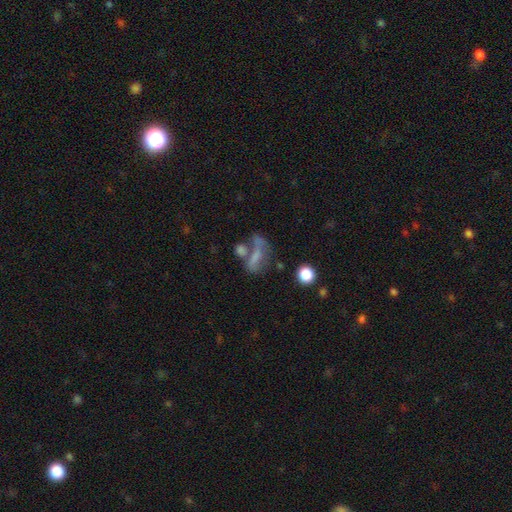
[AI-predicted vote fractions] Smooth or featured: smooth — 51% (featured or disk — 32%)
How rounded: in between — 57% (cigar-shaped — 26%)
Merging: merger — 33% (none — 31%)